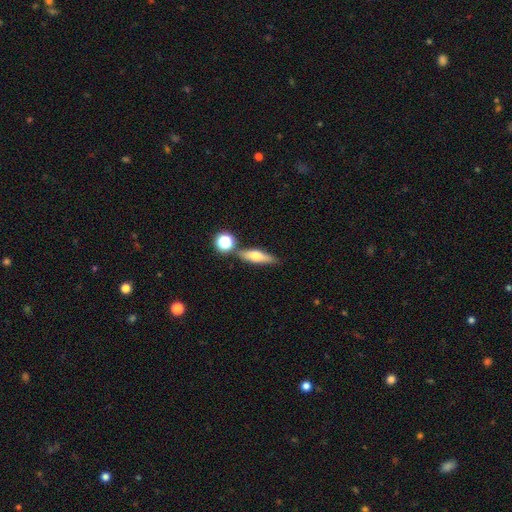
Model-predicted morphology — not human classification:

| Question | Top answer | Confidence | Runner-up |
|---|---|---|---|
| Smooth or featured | smooth | 55% | featured or disk (36%) |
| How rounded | cigar-shaped | 52% | in between (41%) |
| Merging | none | 73% | merger (12%) |